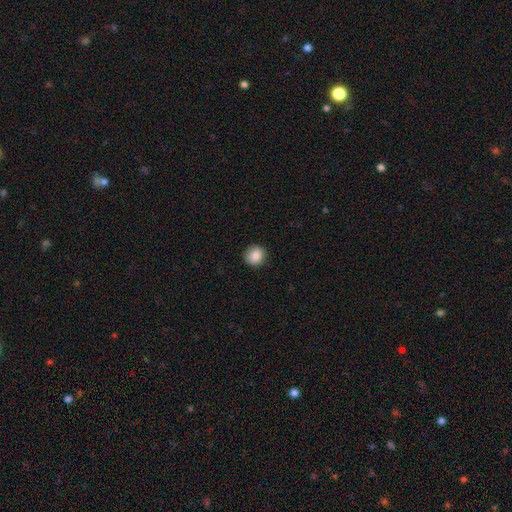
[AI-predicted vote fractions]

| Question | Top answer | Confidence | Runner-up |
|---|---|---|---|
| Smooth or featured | smooth | 86% | star or artifact (9%) |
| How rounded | round | 92% | in between (7%) |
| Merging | none | 90% | minor disturbance (7%) |